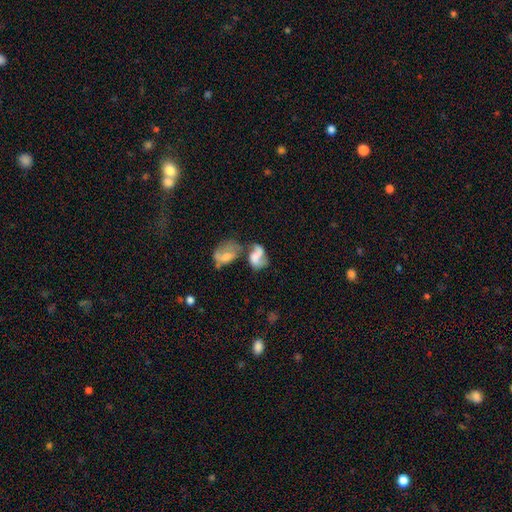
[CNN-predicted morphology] A featured or disk galaxy (59%) with no bar (47%), spiral arms (78%) and no central bulge (49%).

Vote fractions:
- Smooth or featured? featured or disk: 59% / smooth: 32% / star or artifact: 9%
- Edge-on disk? no: 97% / yes: 3%
- Bar? no: 47% / weak: 35% / strong: 18%
- Spiral arms? yes: 78% / no: 22%
- Bulge size? none: 49% / moderate: 18% / small: 16% / large: 13% / dominant: 4%
- Merging? merger: 49% / none: 23% / major disturbance: 15% / minor disturbance: 13%